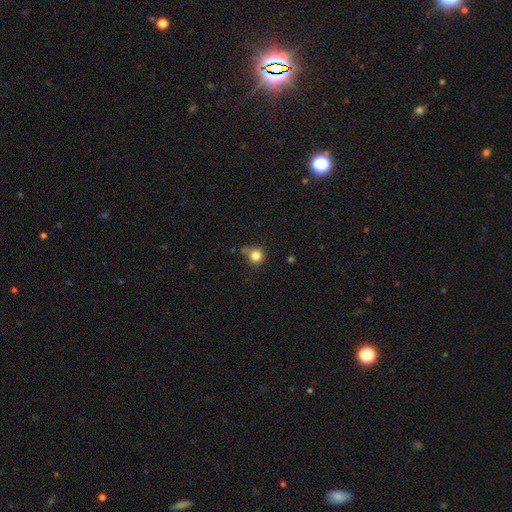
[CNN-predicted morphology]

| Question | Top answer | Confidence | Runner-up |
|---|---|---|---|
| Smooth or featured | smooth | 82% | star or artifact (11%) |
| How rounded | round | 88% | in between (11%) |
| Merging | none | 53% | minor disturbance (29%) |